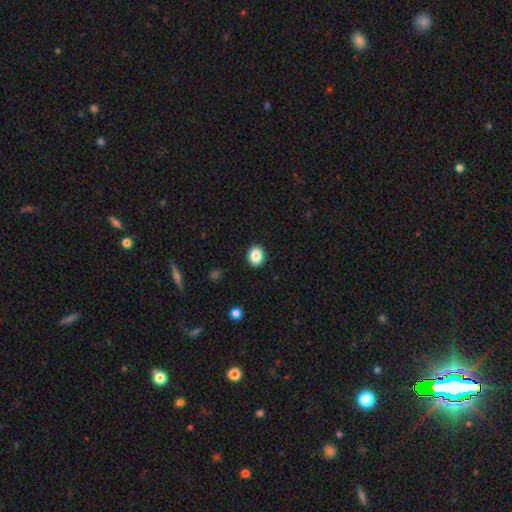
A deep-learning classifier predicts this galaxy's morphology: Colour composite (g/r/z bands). It shows a smooth galaxy with no disk features (87%) that is in between round and cigar-shaped (50%). Merging: none (91%).